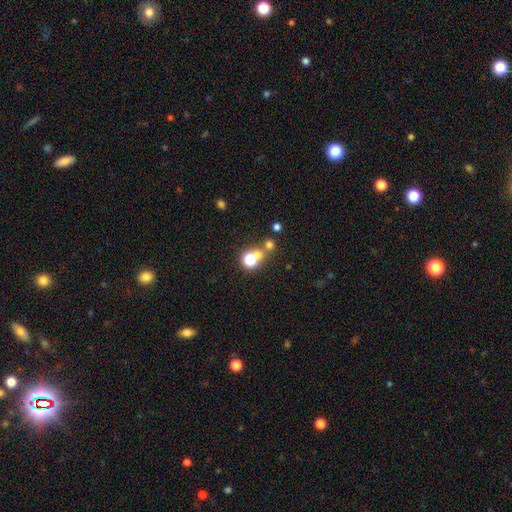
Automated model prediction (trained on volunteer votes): Smooth or featured?
  - smooth: 58% *
  - star or artifact: 29%
  - featured or disk: 13%
How rounded?
  - round: 81% *
  - in between: 17%
  - cigar-shaped: 1%
Merging?
  - none: 50% *
  - merger: 37%
  - minor disturbance: 8%
  - major disturbance: 6%